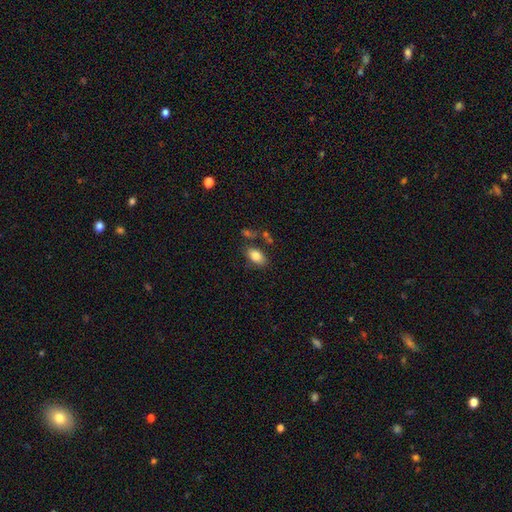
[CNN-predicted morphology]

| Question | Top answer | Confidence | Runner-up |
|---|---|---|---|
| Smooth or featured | smooth | 82% | featured or disk (10%) |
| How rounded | in between | 92% | round (6%) |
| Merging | none | 72% | minor disturbance (14%) |